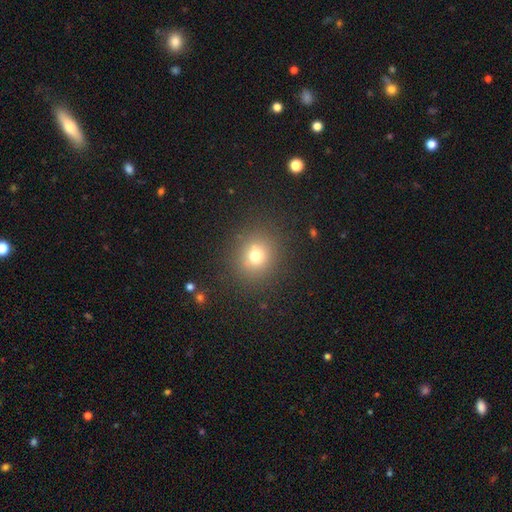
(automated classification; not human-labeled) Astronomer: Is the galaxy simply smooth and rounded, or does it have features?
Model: smooth — 73%.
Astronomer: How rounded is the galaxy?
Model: round — 82%.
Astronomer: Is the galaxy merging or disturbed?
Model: none — 87%.